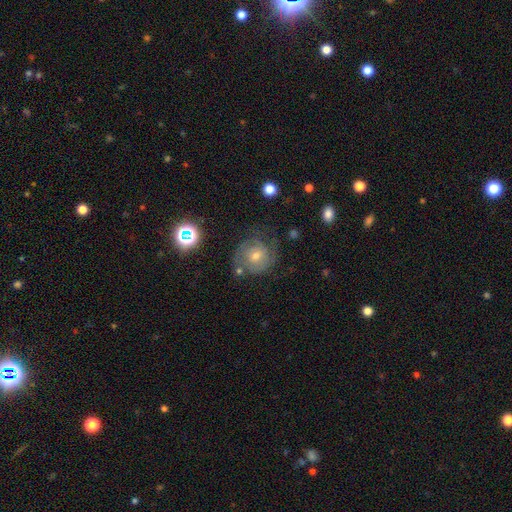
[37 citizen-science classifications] Smooth or featured: featured or disk — 54% (smooth — 38%)
Edge-on disk: no — 100%
Bar: weak — 50% (no — 35%)
Spiral arms: yes — 95% (no — 5%)
Spiral winding: tight — 47% (medium — 37%)
Spiral arm count: 2 — 79% (can't tell — 16%)
Bulge size: moderate — 65% (small — 35%)
Merging: none — 62% (major disturbance — 18%)